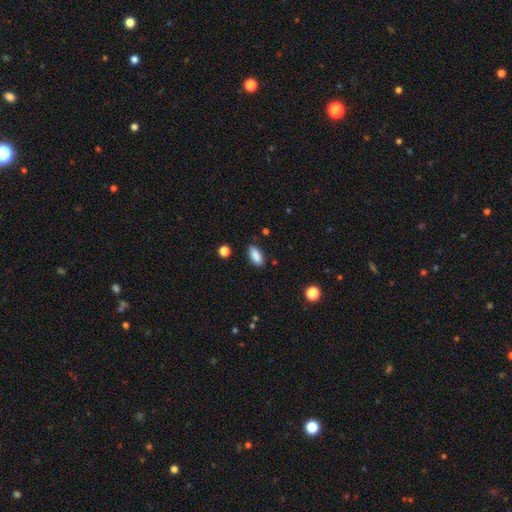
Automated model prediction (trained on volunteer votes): A smooth galaxy with no disk features (86%) that is in between round and cigar-shaped (84%).

Vote fractions:
- Smooth or featured? smooth: 86% / star or artifact: 7% / featured or disk: 6%
- How rounded? in between: 84% / cigar-shaped: 13% / round: 3%
- Merging? none: 86% / minor disturbance: 10% / major disturbance: 2% / merger: 2%